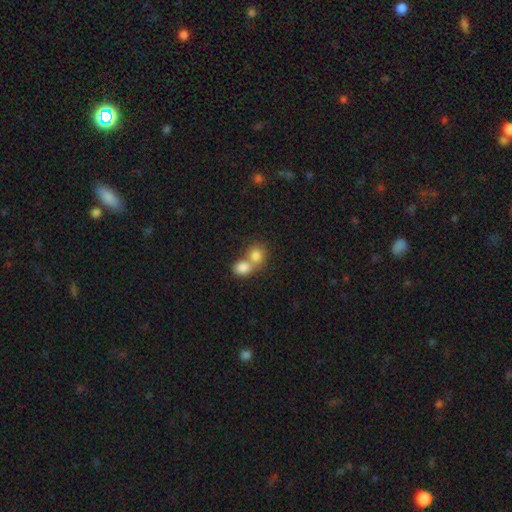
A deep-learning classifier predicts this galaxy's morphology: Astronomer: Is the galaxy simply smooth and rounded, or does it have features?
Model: smooth — 81%.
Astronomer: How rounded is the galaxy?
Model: round — 70%.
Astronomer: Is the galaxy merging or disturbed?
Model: merger — 66%.